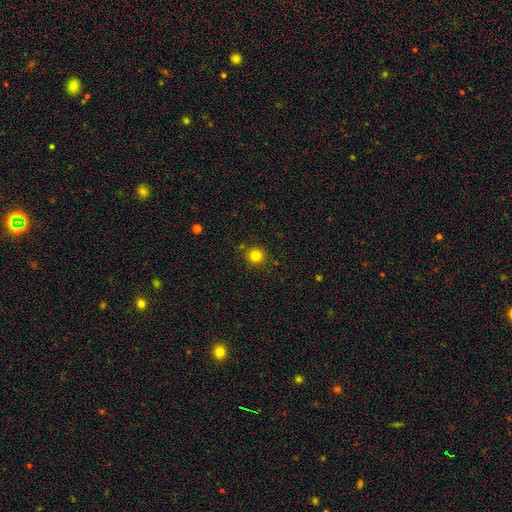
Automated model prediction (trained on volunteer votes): smooth 82%, star or artifact 13%, featured or disk 5%. Down the decision tree: how rounded — round (94%); merging — none (87%).